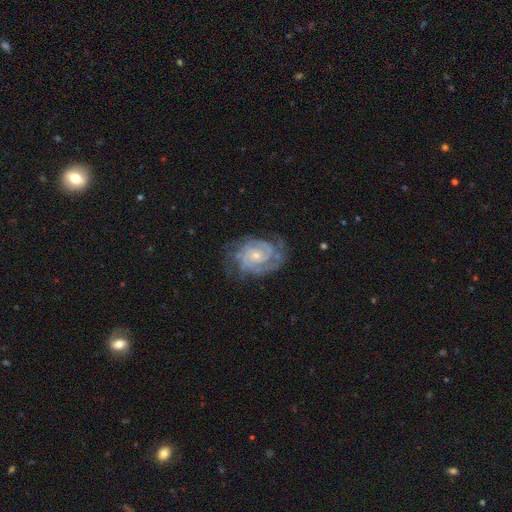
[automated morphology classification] Smooth or featured? Predicted: featured or disk (p=0.89). Edge-on disk? Predicted: no (p=0.98). Bar? Predicted: no (p=0.69). Spiral arms? Predicted: yes (p=0.97). Spiral winding? Predicted: tight (p=0.69). Spiral arm count? Predicted: 2 (p=0.48). Bulge size? Predicted: small (p=0.70). Merging? Predicted: none (p=0.68).